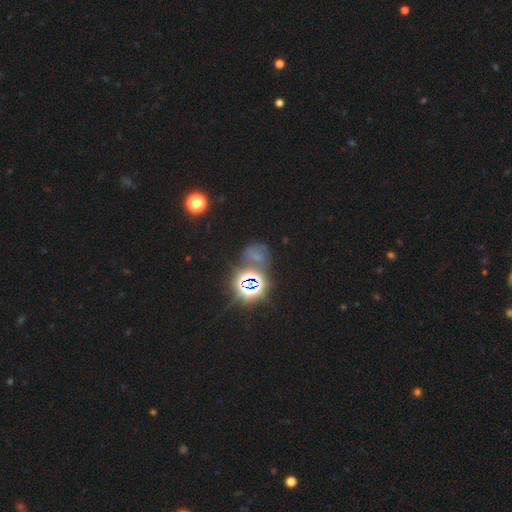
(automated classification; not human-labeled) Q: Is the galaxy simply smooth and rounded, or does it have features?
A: star or artifact — 55%.